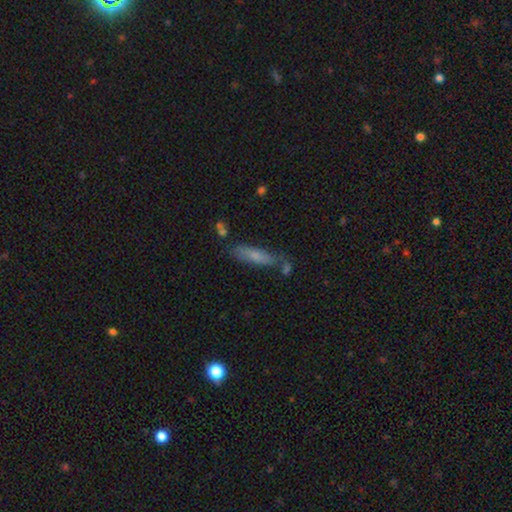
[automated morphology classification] Smooth or featured? Predicted: smooth (p=0.67). How rounded? Predicted: cigar-shaped (p=0.74). Merging? Predicted: none (p=0.67).